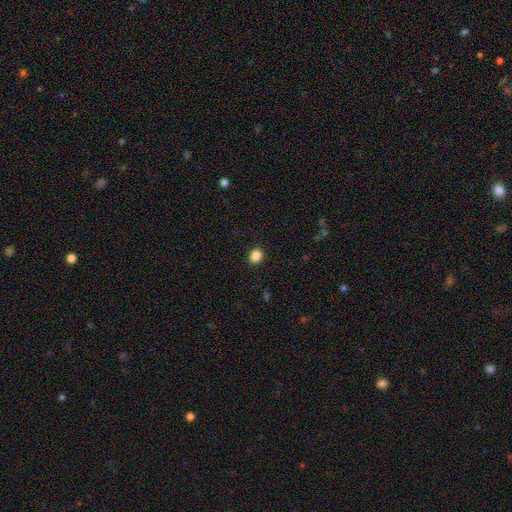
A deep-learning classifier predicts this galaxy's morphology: A smooth galaxy with no disk features (87%) that is round (80%).

Vote fractions:
- Smooth or featured? smooth: 87% / star or artifact: 10% / featured or disk: 3%
- How rounded? round: 80% / in between: 19% / cigar-shaped: 1%
- Merging? none: 92% / minor disturbance: 5% / major disturbance: 2% / merger: 1%